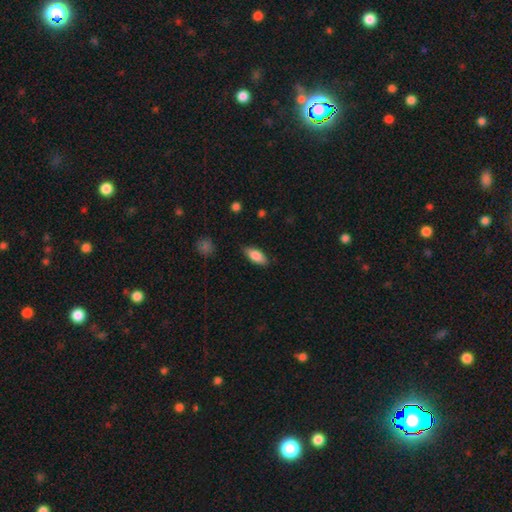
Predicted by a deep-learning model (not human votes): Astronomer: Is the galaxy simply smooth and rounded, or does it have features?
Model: smooth — 81%.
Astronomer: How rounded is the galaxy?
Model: in between — 80%.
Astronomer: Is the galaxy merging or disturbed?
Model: none — 84%.